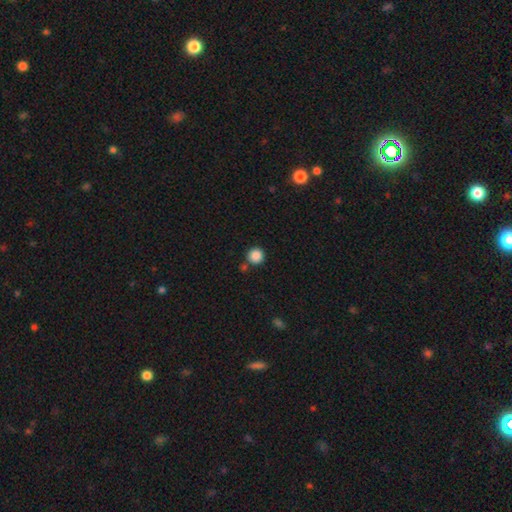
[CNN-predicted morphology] smooth 87%, star or artifact 10%, featured or disk 3%. Down the decision tree: how rounded — round (95%); merging — none (82%).